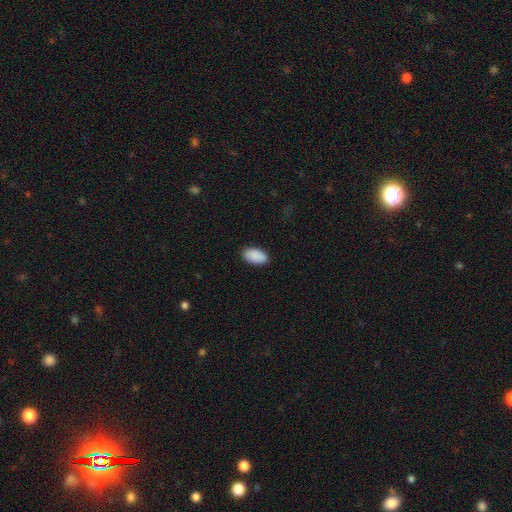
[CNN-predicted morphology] Smooth or featured? smooth (91%)
How rounded? in between (95%)
Merging? none (88%)